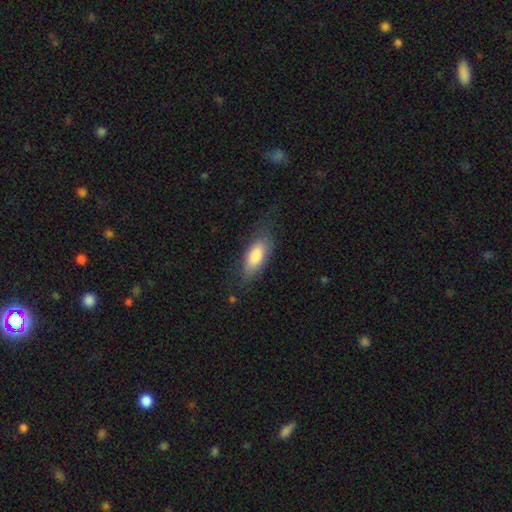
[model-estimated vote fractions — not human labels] Q: Smooth or featured?
A: smooth (80%); runner-up: featured or disk (14%)
Q: How rounded?
A: in between (81%); runner-up: cigar-shaped (17%)
Q: Merging?
A: none (66%); runner-up: minor disturbance (23%)